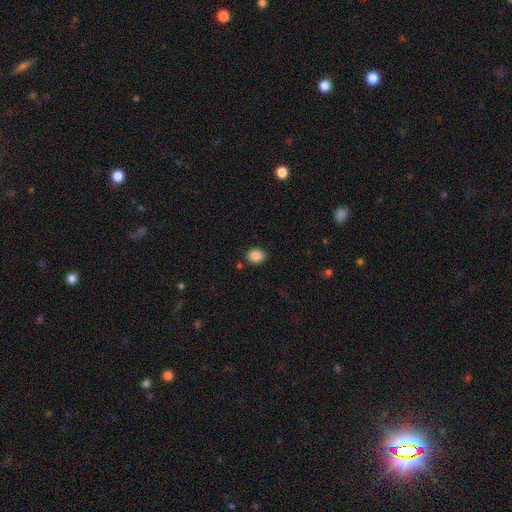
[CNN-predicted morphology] The model was most divided on "how rounded": in between: 53%, round: 46%, cigar-shaped: 1%. More confident: smooth or featured — smooth (87%); merging — none (85%).